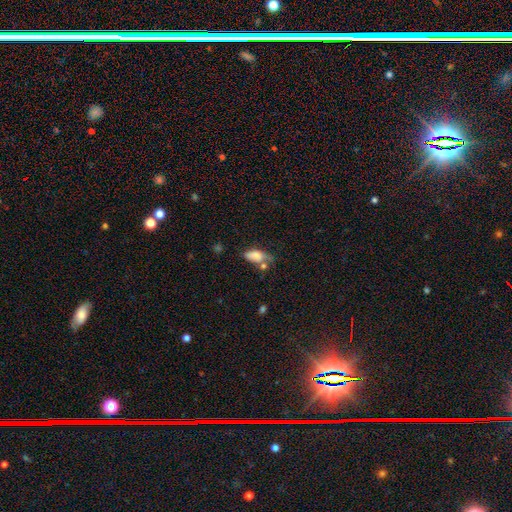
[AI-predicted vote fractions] This appears to be a smooth galaxy with no disk features (78%) that is in between round and cigar-shaped (85%). Merging: none (39%).